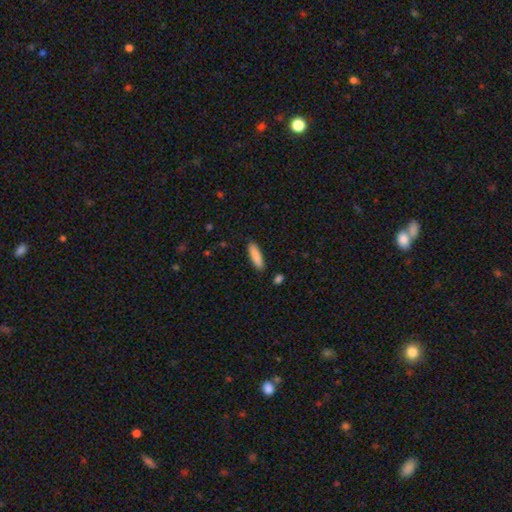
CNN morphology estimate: Overall: smooth (88%). How rounded: cigar-shaped (60%; in between 39%). Merging: none (87%).